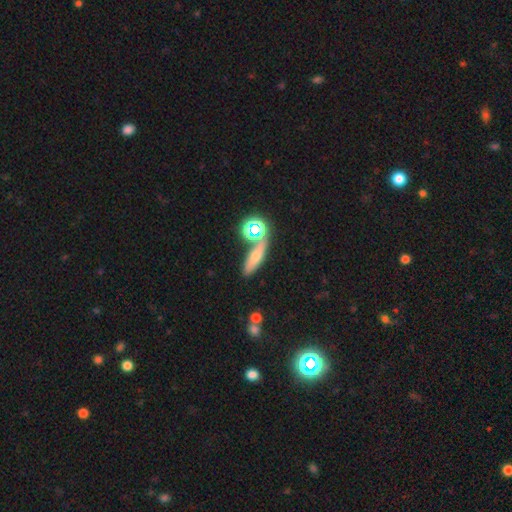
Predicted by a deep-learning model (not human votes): Smooth or featured? smooth (55%)
How rounded? cigar-shaped (50%)
Merging? none (65%)